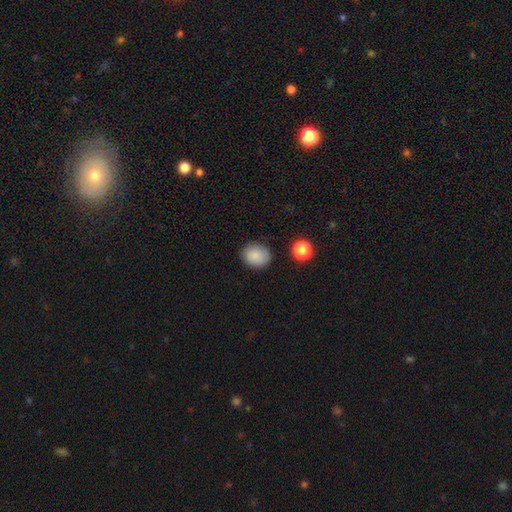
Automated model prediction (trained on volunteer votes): Smooth or featured? smooth (87%)
How rounded? round (64%)
Merging? none (84%)